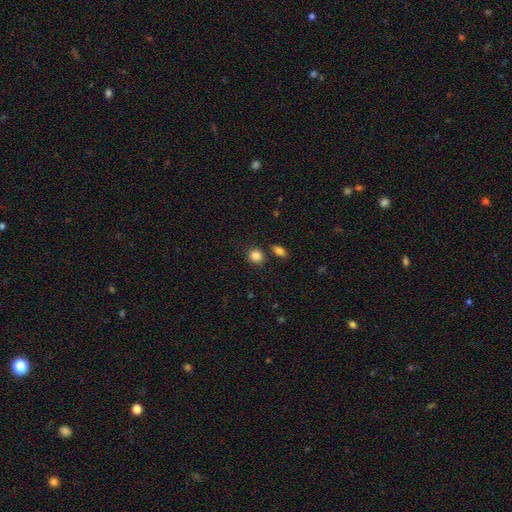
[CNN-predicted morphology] smooth_or_featured: smooth (p=0.86) [alt: star or artifact p=0.10]
how_rounded: round (p=0.78) [alt: in between p=0.21]
merging: none (p=0.79) [alt: minor disturbance p=0.10]